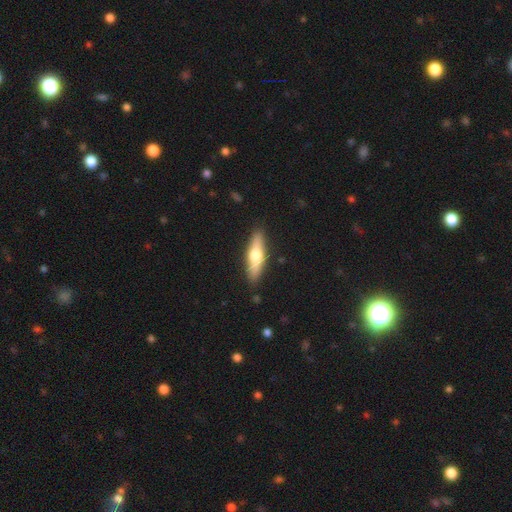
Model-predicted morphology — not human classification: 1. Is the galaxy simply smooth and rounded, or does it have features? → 52% smooth, 42% featured or disk, 5% star or artifact.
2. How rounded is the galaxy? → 66% cigar-shaped, 32% in between, 2% round.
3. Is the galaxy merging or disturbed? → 88% none, 9% minor disturbance, 2% major disturbance, 1% merger.